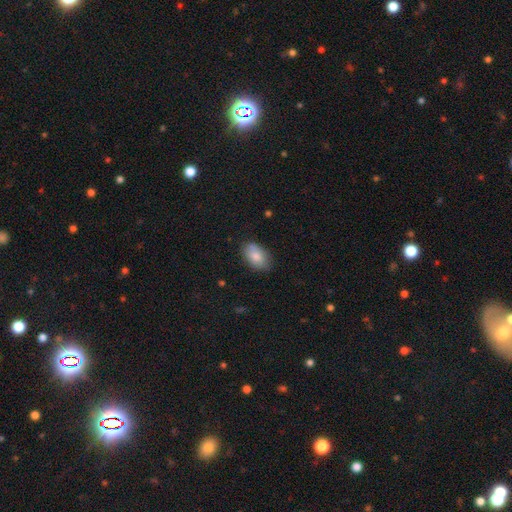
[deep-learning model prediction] The model was most divided on "merging": none: 75%, minor disturbance: 20%, major disturbance: 4%, merger: 2%. More confident: how rounded — in between (91%); smooth or featured — smooth (81%).